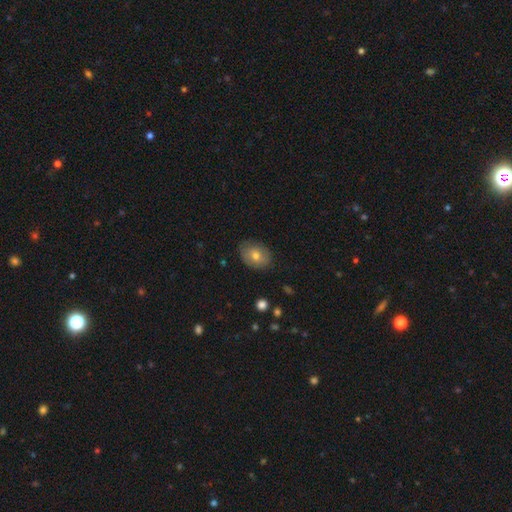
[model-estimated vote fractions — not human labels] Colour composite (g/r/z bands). It shows a smooth galaxy with no disk features (67%) that is in between round and cigar-shaped (61%). Merging: none (80%).